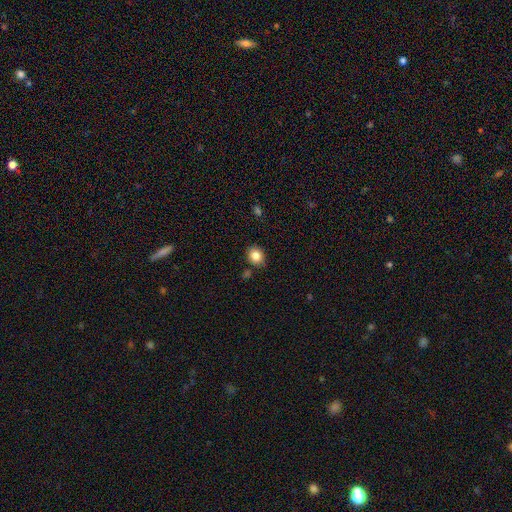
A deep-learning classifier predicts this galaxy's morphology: Smooth or featured? Predicted: smooth (p=0.84). How rounded? Predicted: round (p=0.71). Merging? Predicted: none (p=0.82).